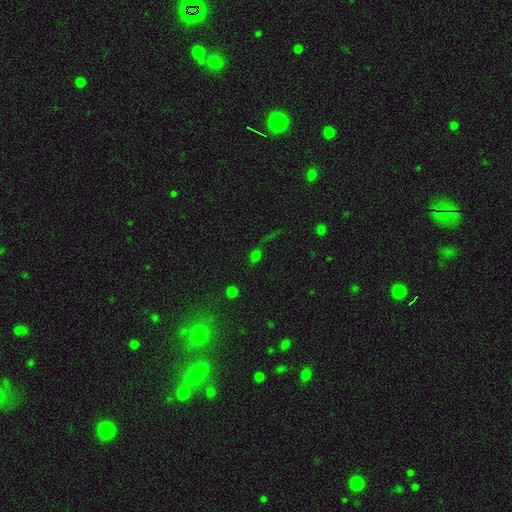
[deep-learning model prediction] Smooth or featured? smooth (51%)
How rounded? in between (49%)
Merging? none (48%)